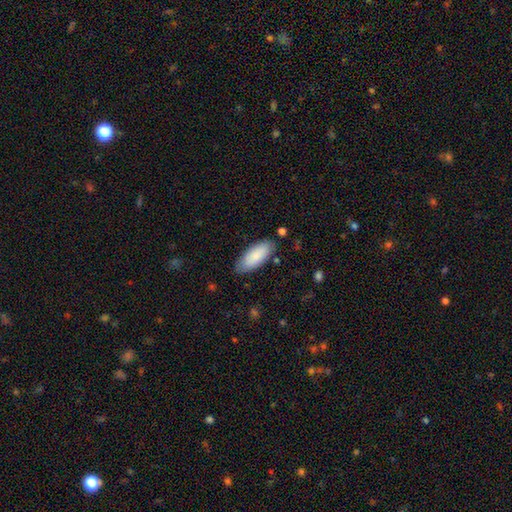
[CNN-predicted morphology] Overall: smooth (86%). How rounded: in between (84%). Merging: none (82%).